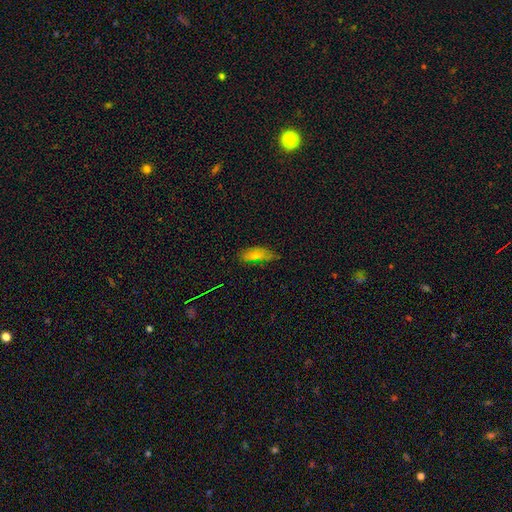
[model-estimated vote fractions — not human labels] Morphology: type=smooth (63%); roundness=in between (72%); merging=none (63%).